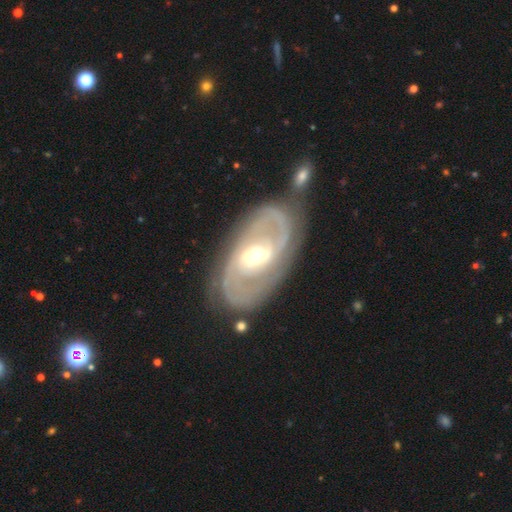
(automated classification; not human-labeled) Overall: featured or disk (87%). Edge-on disk: no (96%). Bar: weak (46%; strong 28%). Spiral arms: yes (91%). Spiral arm count: 2 (70%). Spiral winding: tight (51%; medium 36%). Bulge size: moderate (69%). Merging: none (70%).